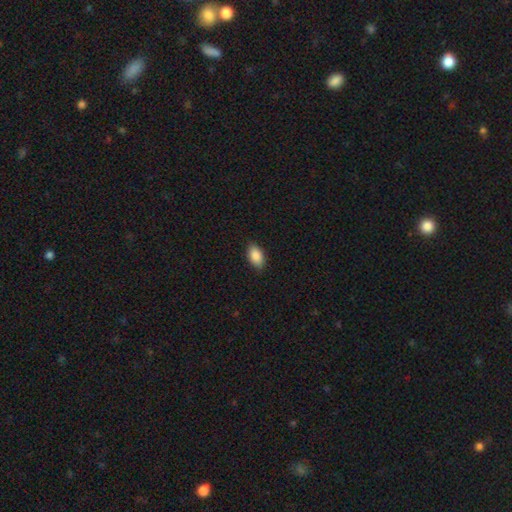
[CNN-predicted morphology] A smooth galaxy with no disk features (89%) that is in between round and cigar-shaped (92%). Merging: none (86%).